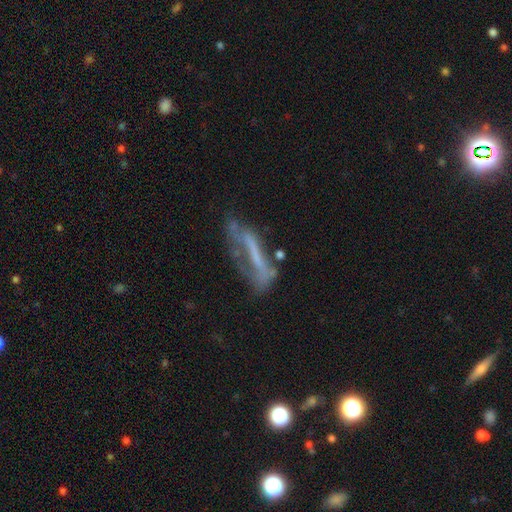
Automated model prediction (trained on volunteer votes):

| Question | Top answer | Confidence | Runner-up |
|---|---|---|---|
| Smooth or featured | featured or disk | 55% | smooth (31%) |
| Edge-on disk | no | 63% | yes (37%) |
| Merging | none | 37% | major disturbance (31%) |